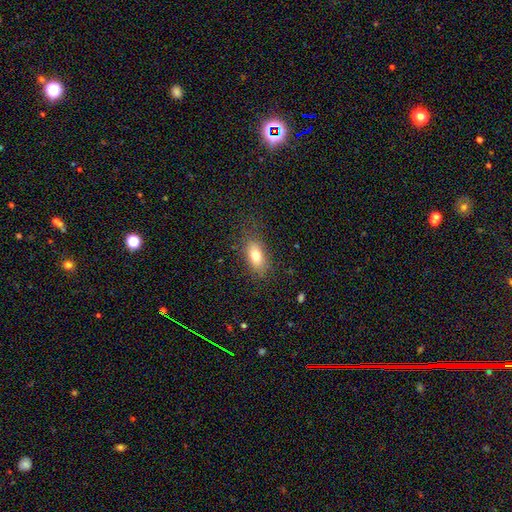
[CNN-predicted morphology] A smooth galaxy with no disk features (78%) that is in between round and cigar-shaped (86%).

Vote fractions:
- Smooth or featured? smooth: 78% / featured or disk: 12% / star or artifact: 10%
- How rounded? in between: 86% / round: 8% / cigar-shaped: 6%
- Merging? none: 78% / minor disturbance: 15% / major disturbance: 6% / merger: 1%